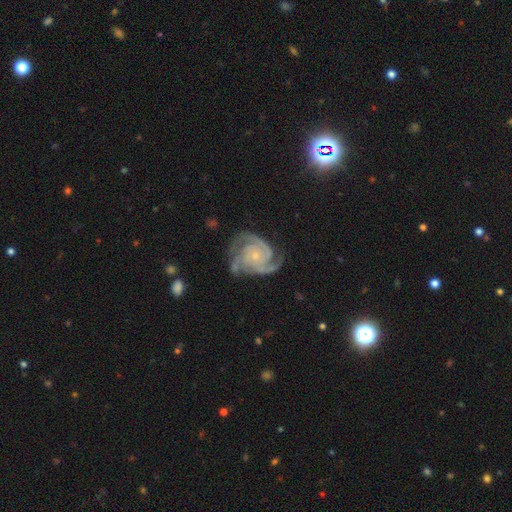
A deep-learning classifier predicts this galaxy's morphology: The model was most divided on "spiral winding": tight: 61%, medium: 35%, loose: 4%. More confident: spiral arms — yes (99%); edge-on disk — no (98%); smooth or featured — featured or disk (93%); bulge size — small (78%); bar — no (78%); merging — none (71%); spiral arm count — 3 (60%).